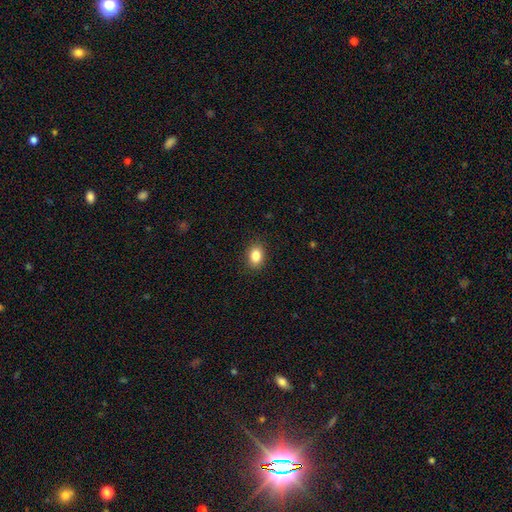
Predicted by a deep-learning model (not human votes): Morphology: type=smooth (85%); roundness=in between (71%); merging=none (89%).